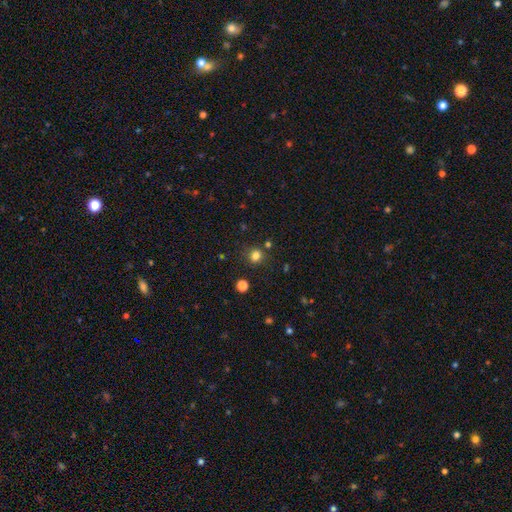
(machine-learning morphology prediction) Smooth or featured?
  - smooth: 79% *
  - star or artifact: 16%
  - featured or disk: 5%
How rounded?
  - round: 82% *
  - in between: 17%
  - cigar-shaped: 1%
Merging?
  - none: 82% *
  - minor disturbance: 10%
  - merger: 5%
  - major disturbance: 3%